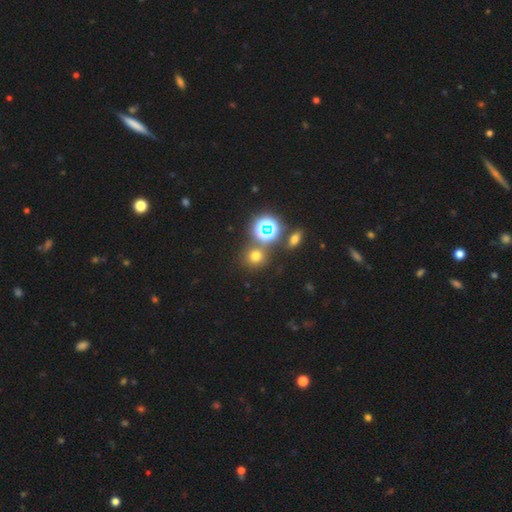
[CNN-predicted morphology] The model was most divided on "smooth or featured": smooth: 62%, star or artifact: 30%, featured or disk: 8%. More confident: how rounded — round (87%); merging — none (76%).